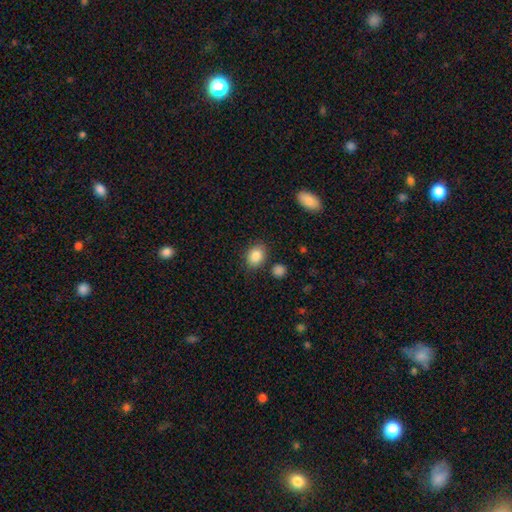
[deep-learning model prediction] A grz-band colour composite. It shows a smooth galaxy with no disk features (86%) that is in between round and cigar-shaped (63%). Merging: none (81%).